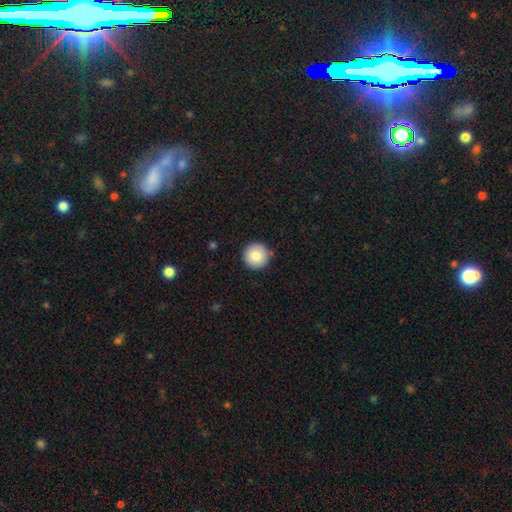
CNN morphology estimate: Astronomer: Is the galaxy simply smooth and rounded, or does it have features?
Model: smooth — 84%.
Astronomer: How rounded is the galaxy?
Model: round — 96%.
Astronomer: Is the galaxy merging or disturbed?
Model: none — 90%.